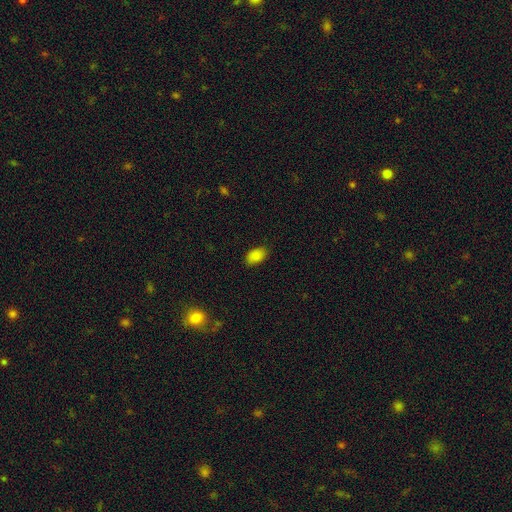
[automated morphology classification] Smooth or featured? Predicted: smooth (p=0.86). How rounded? Predicted: in between (p=0.91). Merging? Predicted: none (p=0.86).